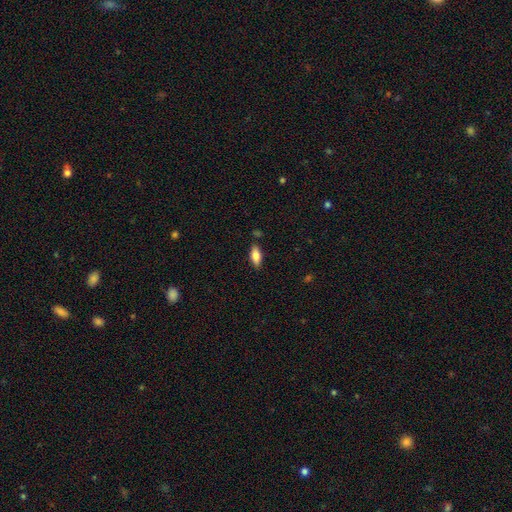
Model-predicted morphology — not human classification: A smooth galaxy with no disk features (80%) that is in between round and cigar-shaped (78%). Merging: none (82%).